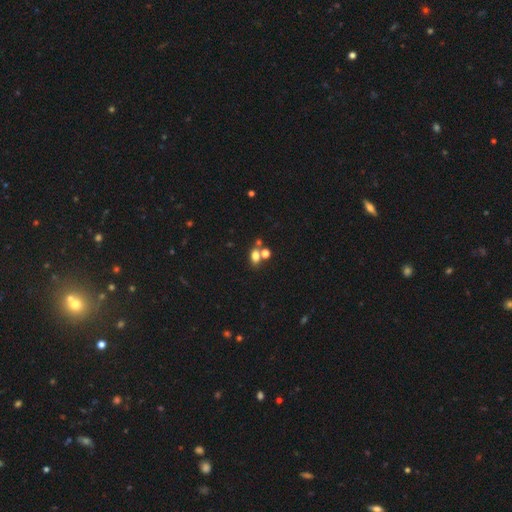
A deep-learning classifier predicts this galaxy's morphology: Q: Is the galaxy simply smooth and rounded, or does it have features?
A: smooth — 73%.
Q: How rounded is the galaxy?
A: in between — 73%.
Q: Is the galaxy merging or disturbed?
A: none — 52%.